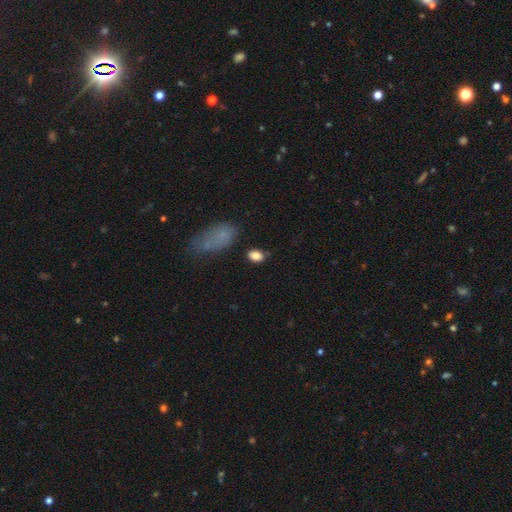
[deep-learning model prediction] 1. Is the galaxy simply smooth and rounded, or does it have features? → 84% smooth, 9% star or artifact, 7% featured or disk.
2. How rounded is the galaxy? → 80% in between, 18% round, 2% cigar-shaped.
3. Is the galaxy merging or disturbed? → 77% none, 15% minor disturbance, 4% major disturbance, 4% merger.